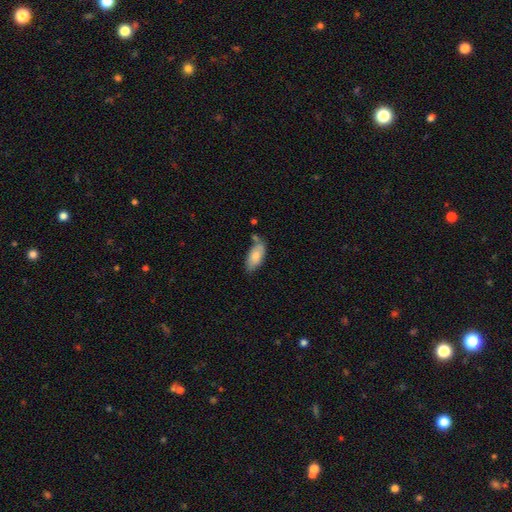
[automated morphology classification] Smooth or featured?
  - smooth: 80% *
  - featured or disk: 14%
  - star or artifact: 6%
How rounded?
  - in between: 88% *
  - cigar-shaped: 10%
  - round: 2%
Merging?
  - none: 60% *
  - minor disturbance: 23%
  - merger: 12%
  - major disturbance: 5%